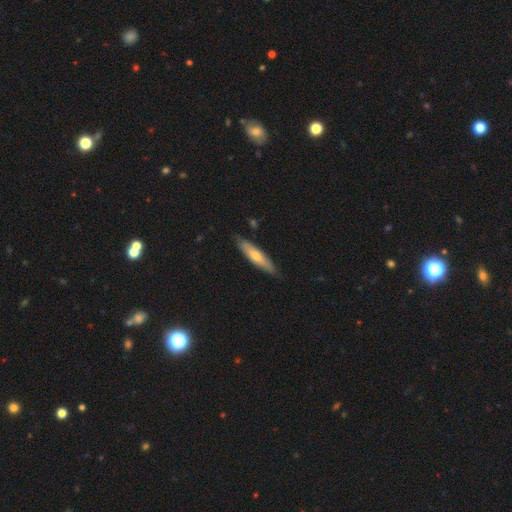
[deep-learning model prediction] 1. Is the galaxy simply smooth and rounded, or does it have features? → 61% smooth, 33% featured or disk, 5% star or artifact.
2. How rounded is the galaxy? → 78% cigar-shaped, 20% in between, 1% round.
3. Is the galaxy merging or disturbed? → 83% none, 13% minor disturbance, 2% major disturbance, 1% merger.